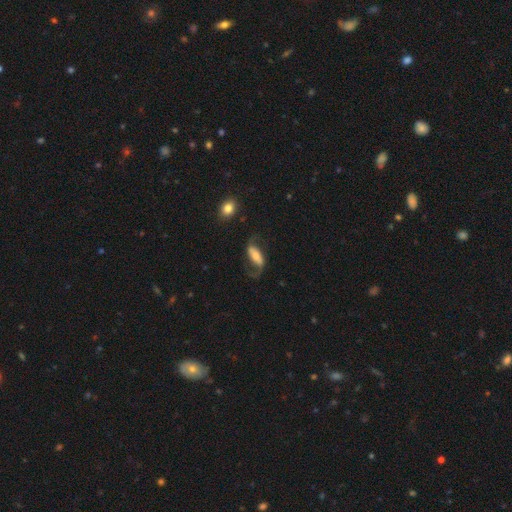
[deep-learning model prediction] Q: Smooth or featured?
A: featured or disk (67%); runner-up: smooth (26%)
Q: Edge-on disk?
A: no (91%); runner-up: yes (9%)
Q: Bar?
A: strong (44%); runner-up: weak (29%)
Q: Spiral arms?
A: yes (91%); runner-up: no (9%)
Q: Spiral winding?
A: loose (71%); runner-up: medium (23%)
Q: Spiral arm count?
A: 2 (87%); runner-up: 1 (7%)
Q: Bulge size?
A: small (37%); runner-up: moderate (35%)
Q: Merging?
A: none (57%); runner-up: major disturbance (22%)